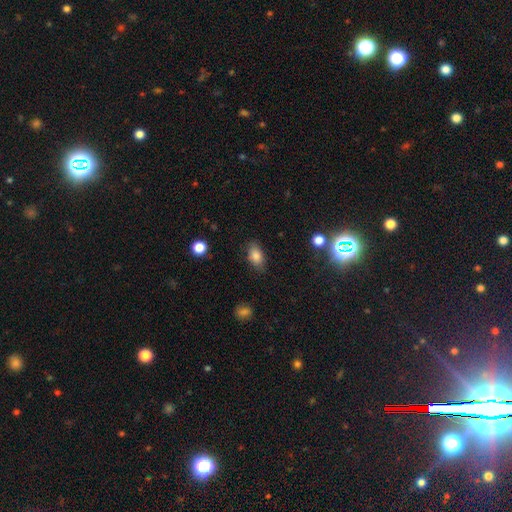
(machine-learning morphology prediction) smooth-or-featured: smooth: 83% | star or artifact: 9% | featured or disk: 7%
  how-rounded: in between: 88% | round: 10% | cigar-shaped: 3%
  merging: none: 81% | minor disturbance: 14% | major disturbance: 4% | merger: 1%